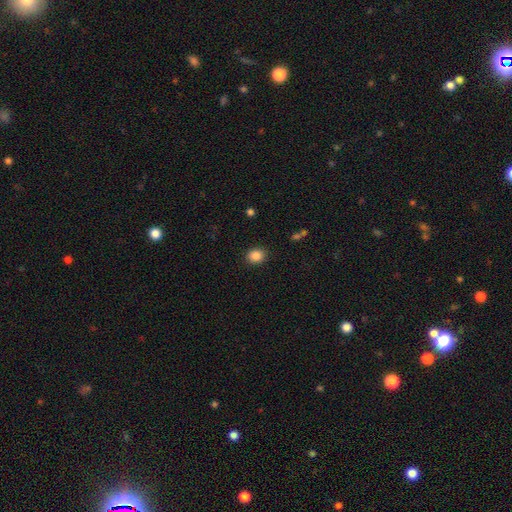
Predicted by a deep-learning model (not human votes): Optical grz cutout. It shows a smooth galaxy with no disk features (87%) that is round (61%). Merging: none (88%).